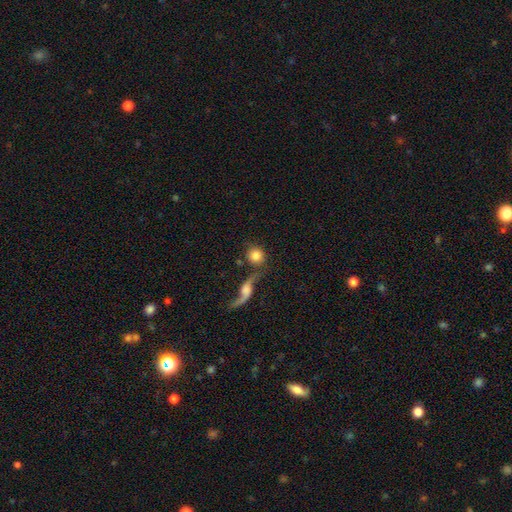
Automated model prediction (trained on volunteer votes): The model was most divided on "merging": none: 62%, merger: 21%, minor disturbance: 10%, major disturbance: 7%. More confident: how rounded — round (89%); smooth or featured — smooth (76%).